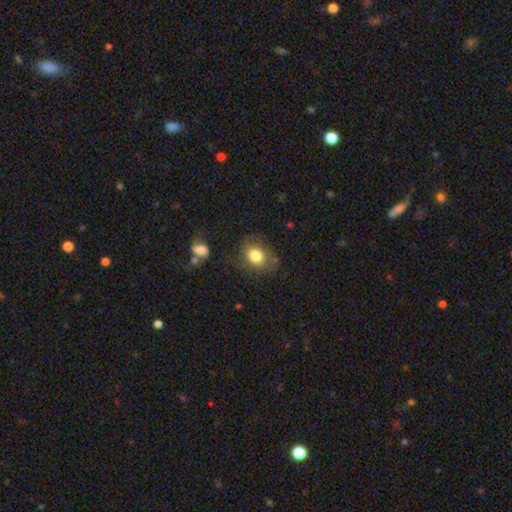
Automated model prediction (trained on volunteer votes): Smooth or featured?
  - smooth: 80% *
  - featured or disk: 11%
  - star or artifact: 9%
How rounded?
  - in between: 50% *
  - round: 49%
  - cigar-shaped: 1%
Merging?
  - none: 72% *
  - minor disturbance: 18%
  - major disturbance: 7%
  - merger: 3%